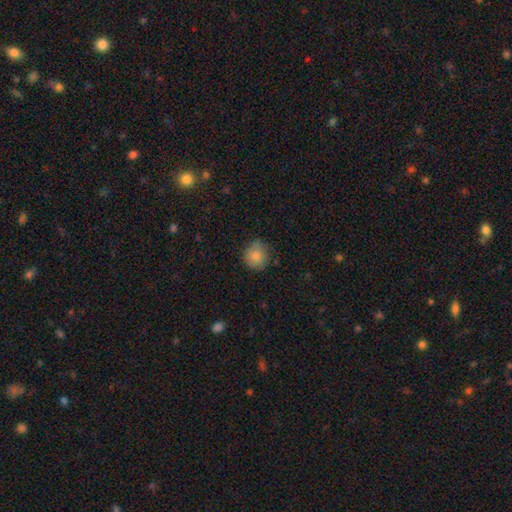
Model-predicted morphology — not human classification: smooth 85%, star or artifact 8%, featured or disk 7%. Down the decision tree: how rounded — round (87%); merging — none (75%).